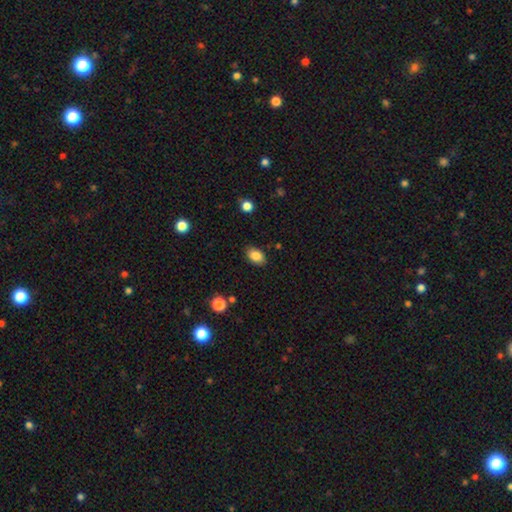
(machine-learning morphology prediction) smooth-or-featured: smooth: 85% | star or artifact: 8% | featured or disk: 6%
  how-rounded: in between: 86% | round: 13% | cigar-shaped: 1%
  merging: none: 86% | minor disturbance: 10% | major disturbance: 2% | merger: 1%